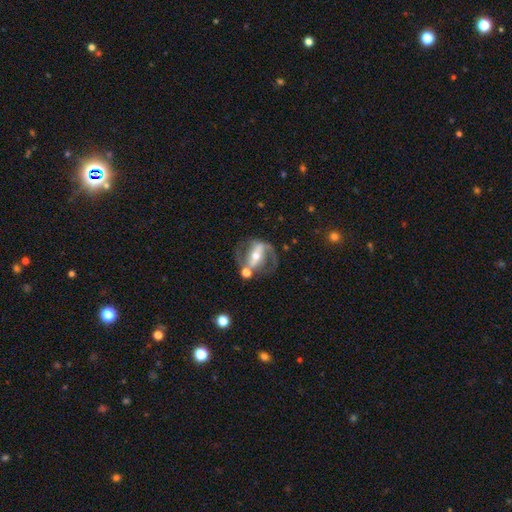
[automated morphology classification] The model was most divided on "bulge size": moderate: 56%, small: 37%, large: 5%, none: 1%, dominant: 1%. More confident: edge-on disk — no (94%); spiral arms — yes (88%); spiral arm count — 2 (88%); smooth or featured — featured or disk (86%); bar — strong (68%); merging — none (65%); spiral winding — medium (51%).